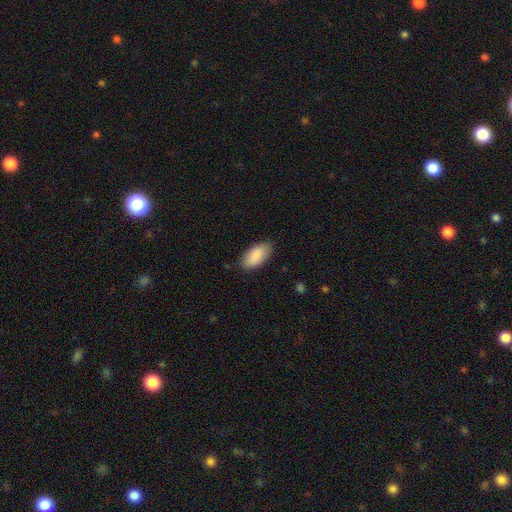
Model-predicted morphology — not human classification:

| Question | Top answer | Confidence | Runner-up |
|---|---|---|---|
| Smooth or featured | smooth | 89% | star or artifact (6%) |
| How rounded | in between | 94% | cigar-shaped (4%) |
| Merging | none | 84% | minor disturbance (12%) |